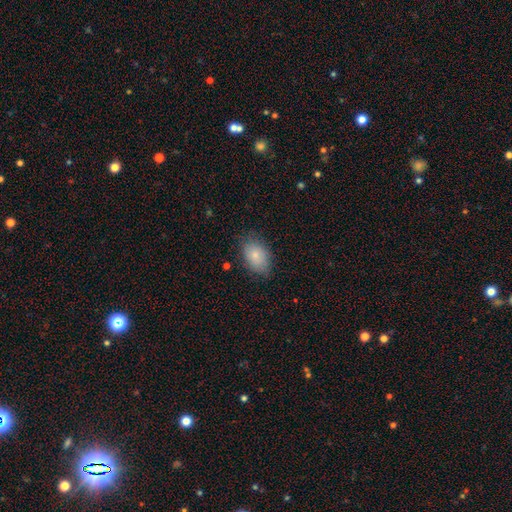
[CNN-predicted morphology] smooth 81%, featured or disk 12%, star or artifact 8%. Down the decision tree: how rounded — in between (85%); merging — none (76%).